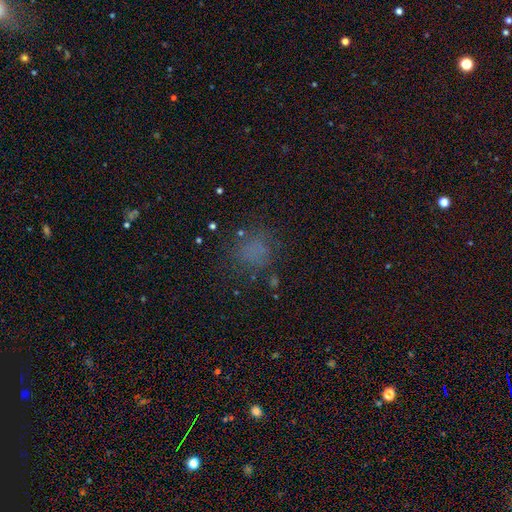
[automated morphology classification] Overall: smooth (60%; star or artifact 28%). How rounded: round (74%). Merging: none (70%).